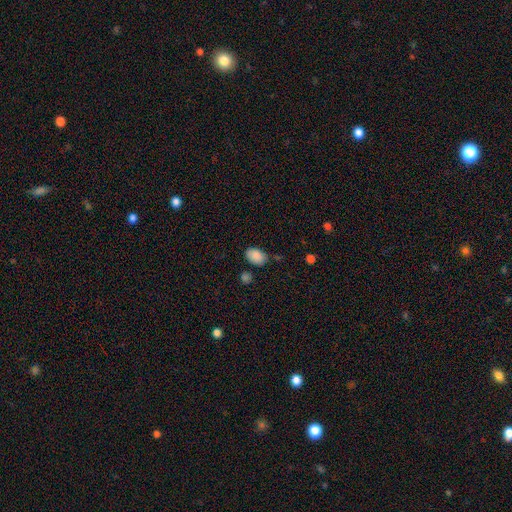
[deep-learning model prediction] smooth_or_featured: smooth (p=0.87) [alt: star or artifact p=0.08]
how_rounded: in between (p=0.86) [alt: round p=0.13]
merging: none (p=0.69) [alt: minor disturbance p=0.21]